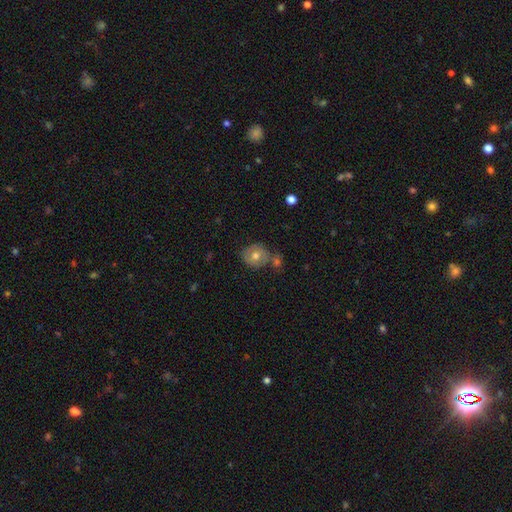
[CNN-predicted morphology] A smooth galaxy with no disk features (51%) that is round (74%).

Vote fractions:
- Smooth or featured? smooth: 51% / featured or disk: 39% / star or artifact: 10%
- How rounded? round: 74% / in between: 25% / cigar-shaped: 1%
- Merging? none: 59% / merger: 19% / minor disturbance: 16% / major disturbance: 6%